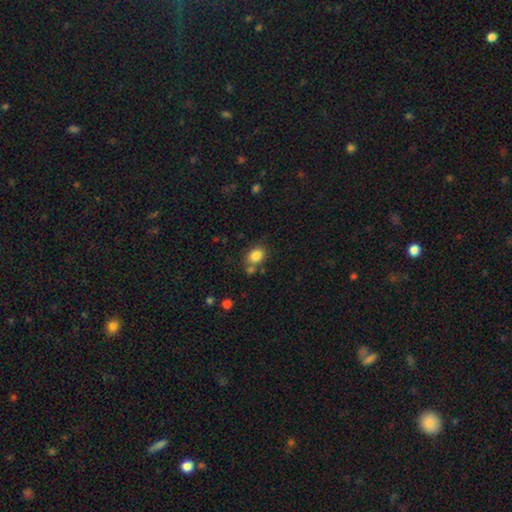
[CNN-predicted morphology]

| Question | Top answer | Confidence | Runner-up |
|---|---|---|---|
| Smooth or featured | smooth | 84% | star or artifact (10%) |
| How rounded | in between | 56% | round (43%) |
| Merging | none | 68% | merger (14%) |